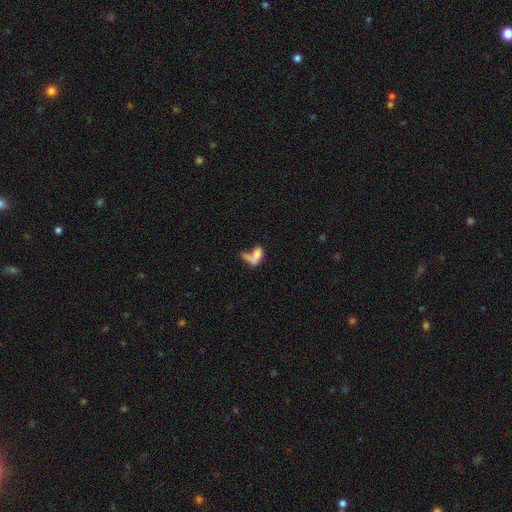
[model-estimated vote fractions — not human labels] smooth 61%, featured or disk 27%, star or artifact 11%. Down the decision tree: how rounded — in between (73%); merging — merger (43%).